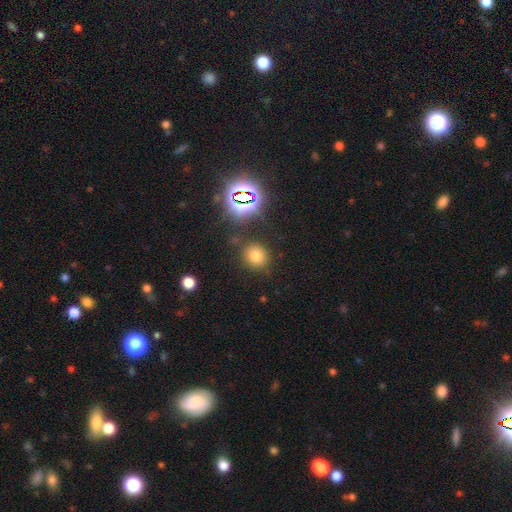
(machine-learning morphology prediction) Q: Smooth or featured?
A: smooth (71%); runner-up: star or artifact (21%)
Q: How rounded?
A: round (76%); runner-up: in between (23%)
Q: Merging?
A: none (83%); runner-up: minor disturbance (10%)